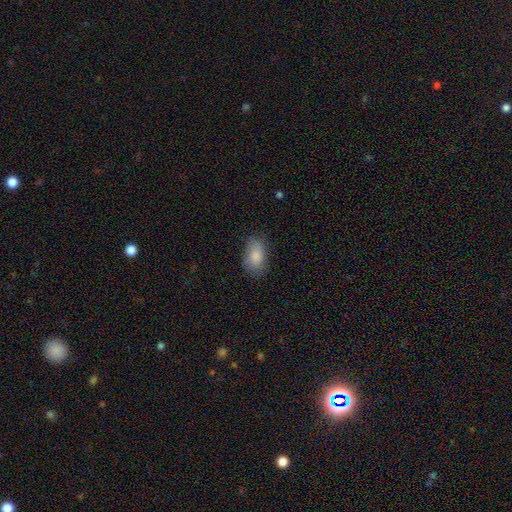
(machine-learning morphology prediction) type=smooth (84%); roundness=in between (92%); merging=none (69%).